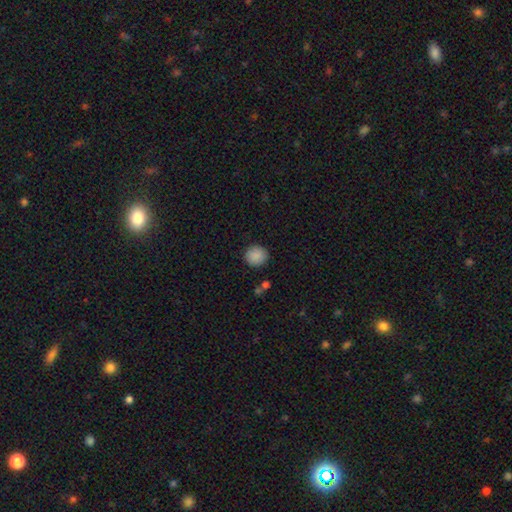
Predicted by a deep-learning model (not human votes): Smooth or featured? smooth (89%)
How rounded? round (91%)
Merging? none (89%)